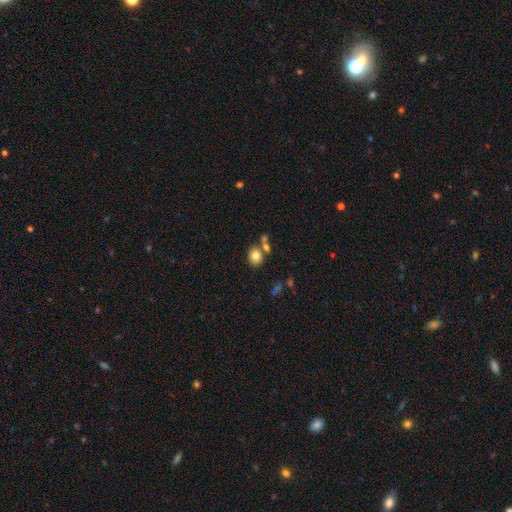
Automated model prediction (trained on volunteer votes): Smooth or featured?
  - smooth: 79% *
  - featured or disk: 10%
  - star or artifact: 10%
How rounded?
  - round: 62% *
  - in between: 37%
  - cigar-shaped: 1%
Merging?
  - none: 66% *
  - merger: 20%
  - minor disturbance: 11%
  - major disturbance: 4%